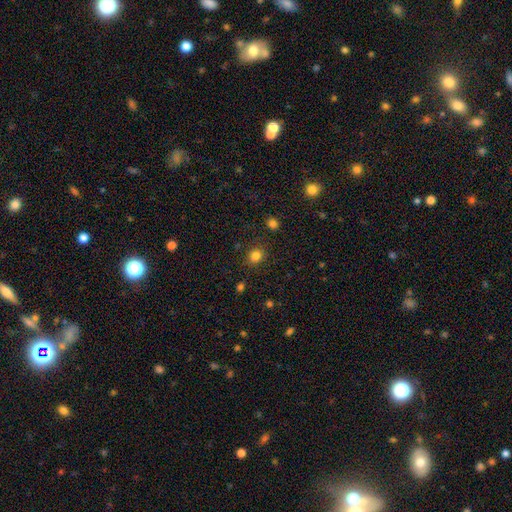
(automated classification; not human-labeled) smooth-or-featured: smooth: 82% | star or artifact: 13% | featured or disk: 5%
  how-rounded: round: 70% | in between: 29% | cigar-shaped: 1%
  merging: none: 86% | minor disturbance: 9% | major disturbance: 3% | merger: 2%